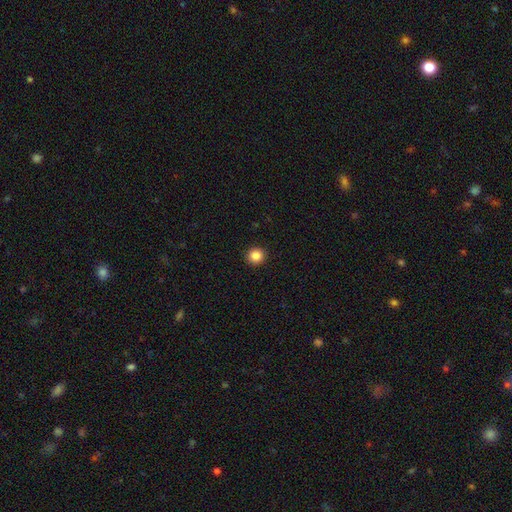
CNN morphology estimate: The model was most divided on "smooth or featured": smooth: 86%, star or artifact: 11%, featured or disk: 4%. More confident: how rounded — round (94%); merging — none (93%).